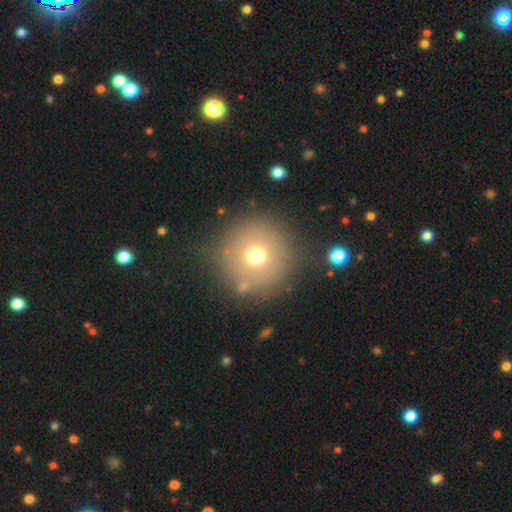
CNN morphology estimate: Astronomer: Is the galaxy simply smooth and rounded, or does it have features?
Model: smooth — 69%.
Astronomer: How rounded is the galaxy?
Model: round — 96%.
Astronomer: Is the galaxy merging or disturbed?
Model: none — 82%.